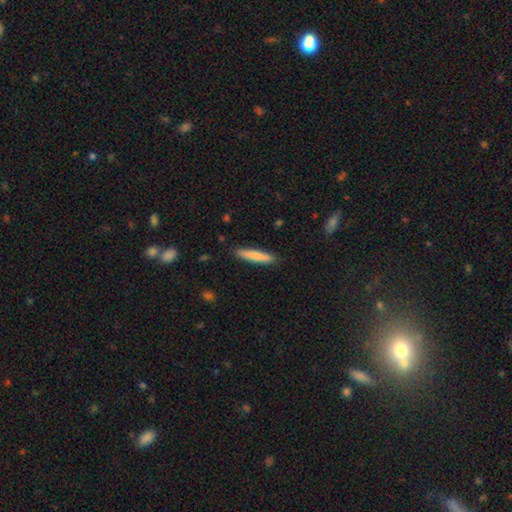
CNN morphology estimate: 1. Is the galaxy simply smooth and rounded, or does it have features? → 78% smooth, 17% featured or disk, 5% star or artifact.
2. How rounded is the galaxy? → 90% cigar-shaped, 9% in between, 1% round.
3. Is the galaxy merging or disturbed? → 90% none, 8% minor disturbance, 2% major disturbance, 1% merger.